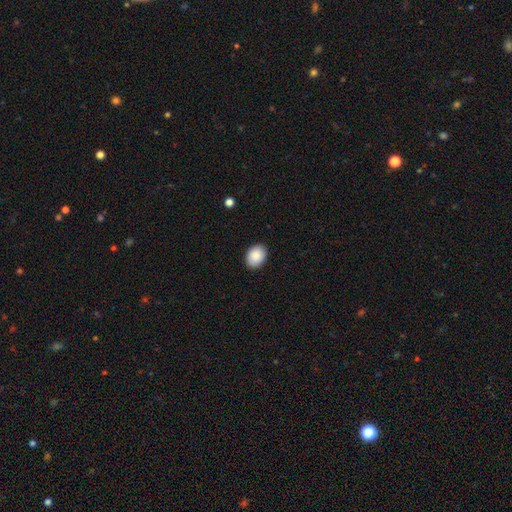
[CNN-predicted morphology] Smooth or featured?
  - smooth: 88% *
  - star or artifact: 7%
  - featured or disk: 6%
How rounded?
  - in between: 74% *
  - round: 25%
  - cigar-shaped: 1%
Merging?
  - none: 90% *
  - minor disturbance: 8%
  - major disturbance: 2%
  - merger: 1%